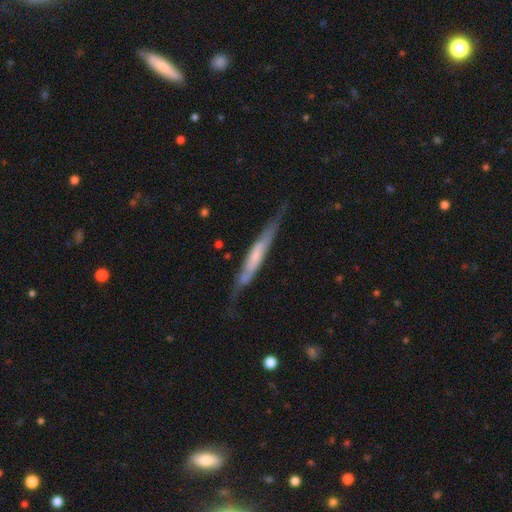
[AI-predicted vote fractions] Q: Smooth or featured?
A: featured or disk (61%); runner-up: smooth (34%)
Q: Edge-on disk?
A: yes (80%); runner-up: no (20%)
Q: Merging?
A: none (65%); runner-up: minor disturbance (23%)